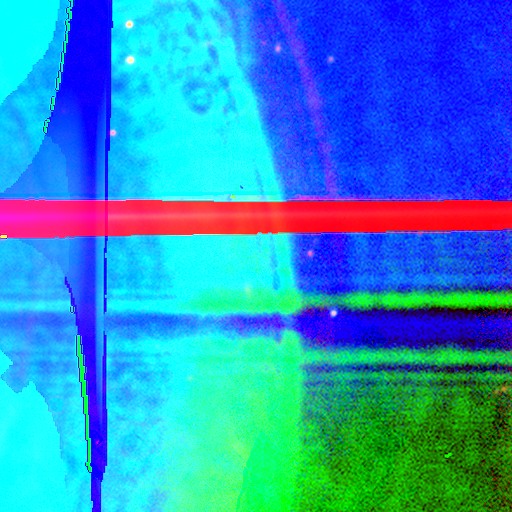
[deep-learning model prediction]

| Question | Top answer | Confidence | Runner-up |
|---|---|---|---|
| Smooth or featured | star or artifact | 87% | featured or disk (7%) |